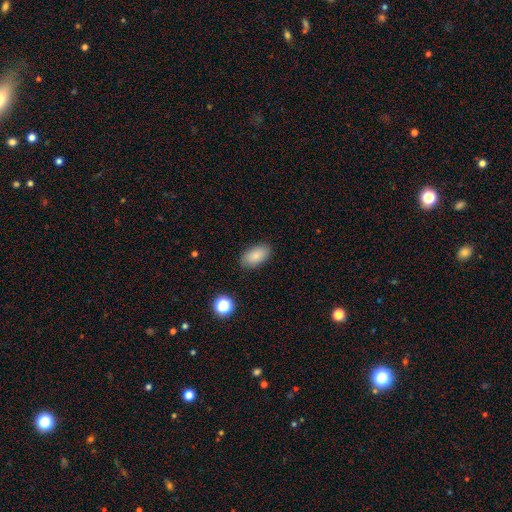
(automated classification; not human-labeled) Smooth or featured?
  - smooth: 86% *
  - star or artifact: 8%
  - featured or disk: 6%
How rounded?
  - in between: 93% *
  - round: 4%
  - cigar-shaped: 3%
Merging?
  - none: 86% *
  - minor disturbance: 10%
  - major disturbance: 3%
  - merger: 1%